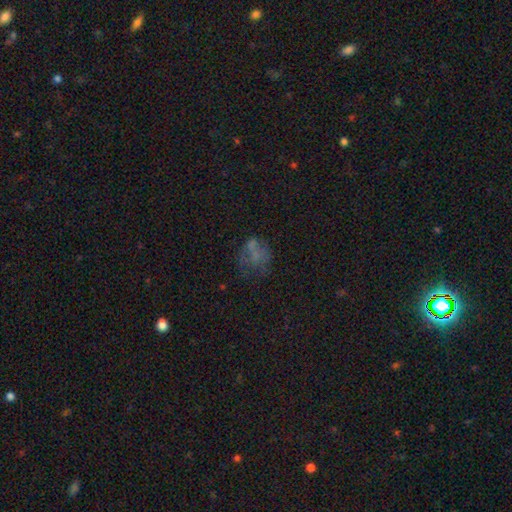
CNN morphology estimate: smooth-or-featured: smooth: 45% | featured or disk: 34% | star or artifact: 21%
  merging: none: 43% | major disturbance: 28% | minor disturbance: 21% | merger: 8%